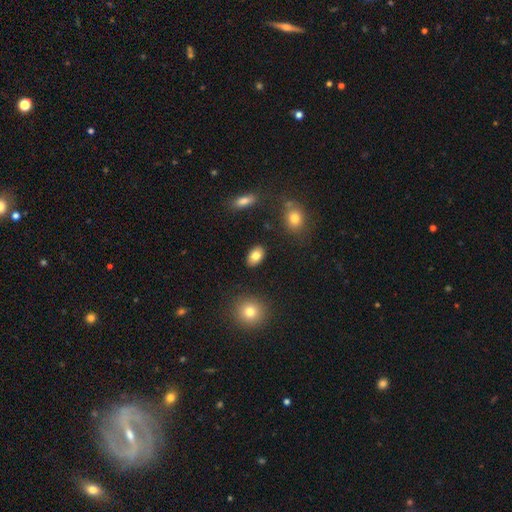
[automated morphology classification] A smooth galaxy with no disk features (81%) that is in between round and cigar-shaped (88%). Merging: none (87%).